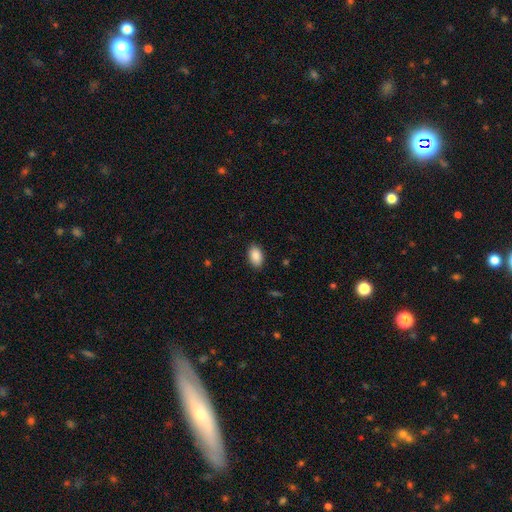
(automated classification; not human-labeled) The model was most divided on "merging": none: 87%, minor disturbance: 10%, major disturbance: 2%, merger: 1%. More confident: how rounded — in between (91%); smooth or featured — smooth (90%).